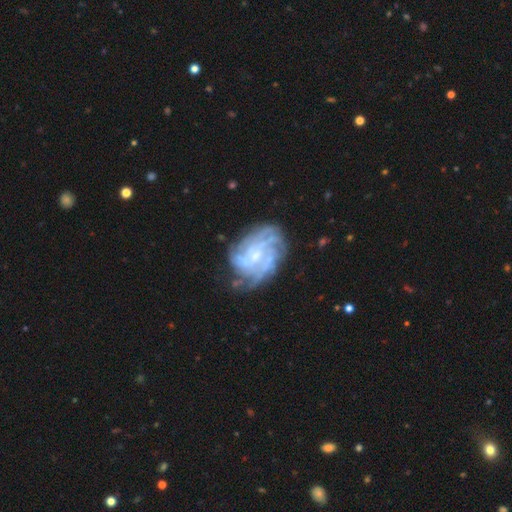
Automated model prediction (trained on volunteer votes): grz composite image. It shows a featured or disk galaxy (84%) with no bar (60%), tight (64%) spiral arms (95%) and a small central bulge (60%). Merging: none (67%).